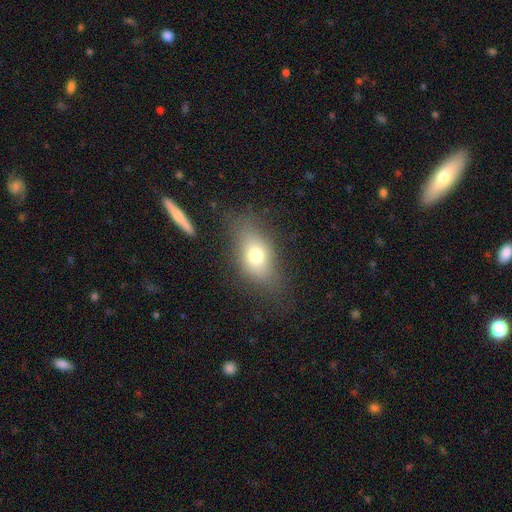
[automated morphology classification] The model was most divided on "smooth or featured": smooth: 70%, featured or disk: 18%, star or artifact: 11%. More confident: how rounded — in between (78%); merging — none (71%).